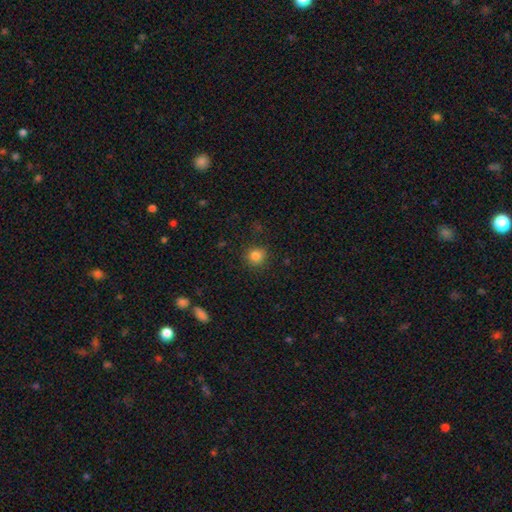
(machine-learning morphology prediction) This is clearly a smooth galaxy (83%). How rounded: clearly round (91%). Merging: clearly none (87%).